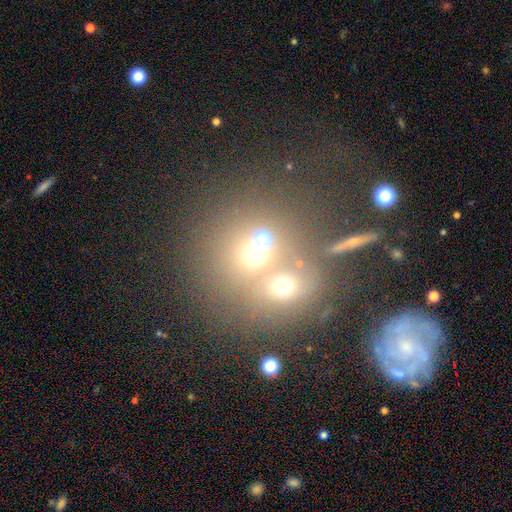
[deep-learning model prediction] A smooth galaxy with no disk features (42%).

Vote fractions:
- Smooth or featured? smooth: 42% / featured or disk: 32% / star or artifact: 26%
- Merging? merger: 50% / none: 35% / minor disturbance: 9% / major disturbance: 7%